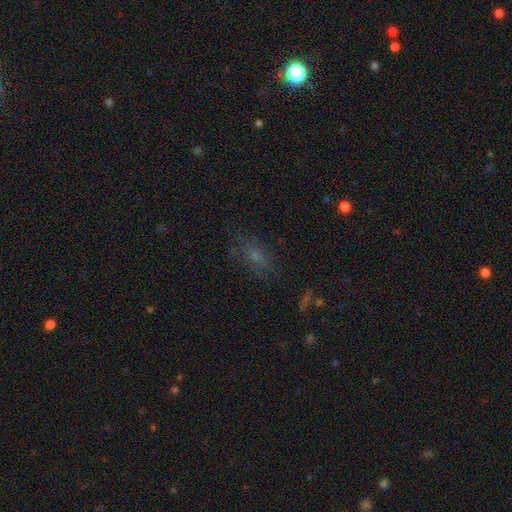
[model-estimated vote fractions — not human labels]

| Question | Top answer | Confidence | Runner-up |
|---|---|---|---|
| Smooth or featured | smooth | 55% | star or artifact (26%) |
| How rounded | in between | 75% | round (16%) |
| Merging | none | 72% | minor disturbance (17%) |